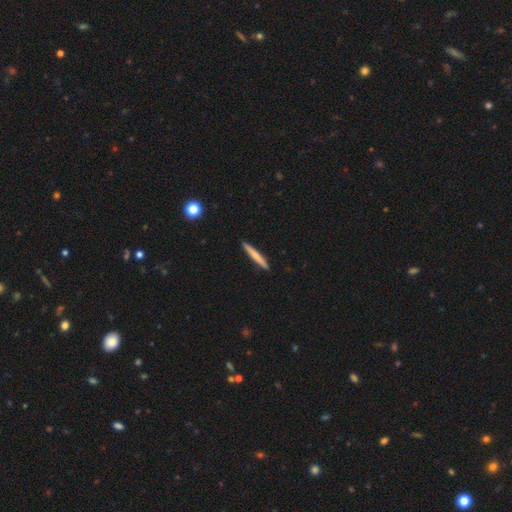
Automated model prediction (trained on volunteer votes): Smooth or featured?
  - smooth: 68% *
  - featured or disk: 27%
  - star or artifact: 5%
How rounded?
  - cigar-shaped: 96% *
  - in between: 3%
  - round: 1%
Merging?
  - none: 92% *
  - minor disturbance: 6%
  - major disturbance: 1%
  - merger: 1%